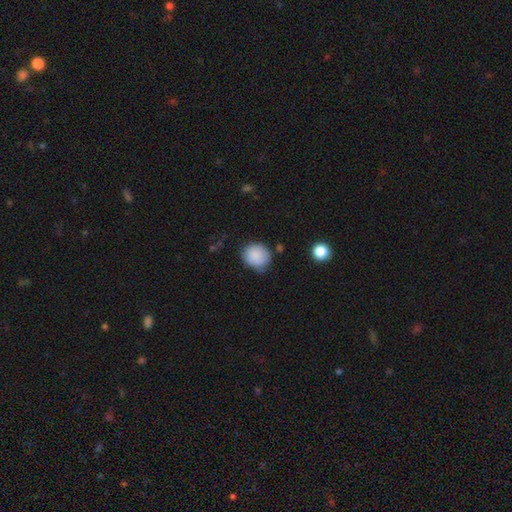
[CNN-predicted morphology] Smooth or featured? Predicted: smooth (p=0.87). How rounded? Predicted: round (p=0.80). Merging? Predicted: none (p=0.68).